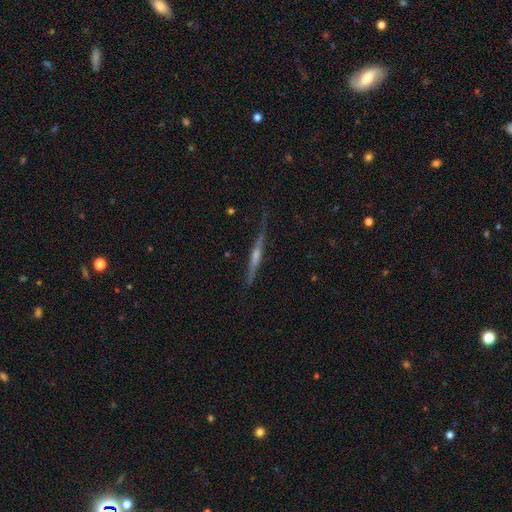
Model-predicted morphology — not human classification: A featured or disk galaxy (74%) viewed edge-on (97%) with a rounded central bulge (68%). Merging: none (80%).